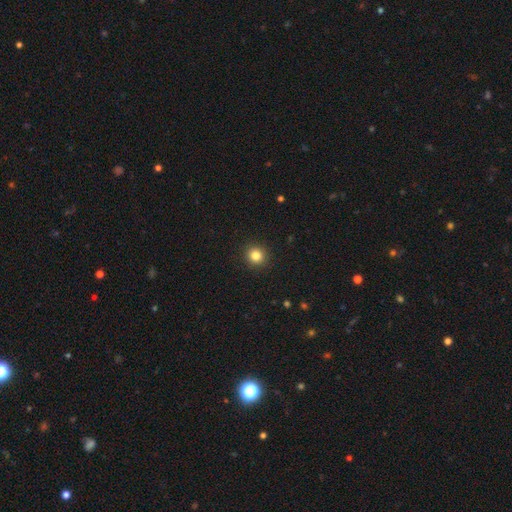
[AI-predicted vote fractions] Smooth or featured? smooth (83%)
How rounded? round (93%)
Merging? none (93%)